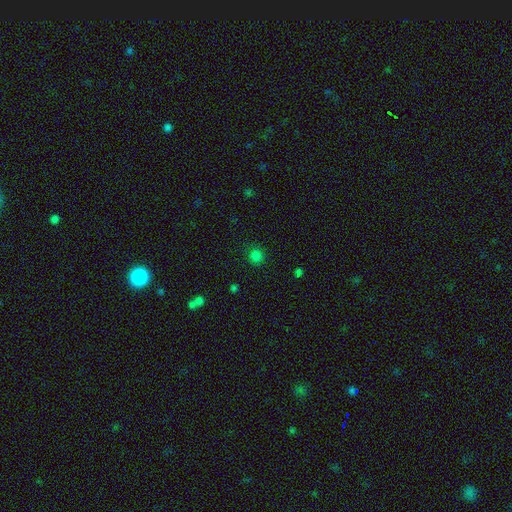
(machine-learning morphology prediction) Smooth or featured? Predicted: smooth (p=0.80). How rounded? Predicted: round (p=0.93). Merging? Predicted: none (p=0.89).